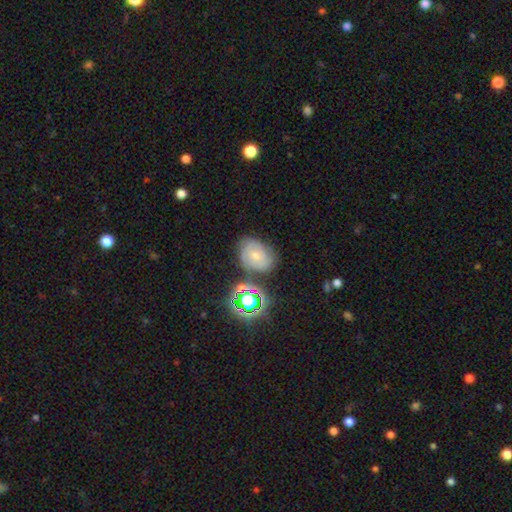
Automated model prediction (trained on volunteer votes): This is marginally a smooth galaxy (43%). Merging: likely none (64%).